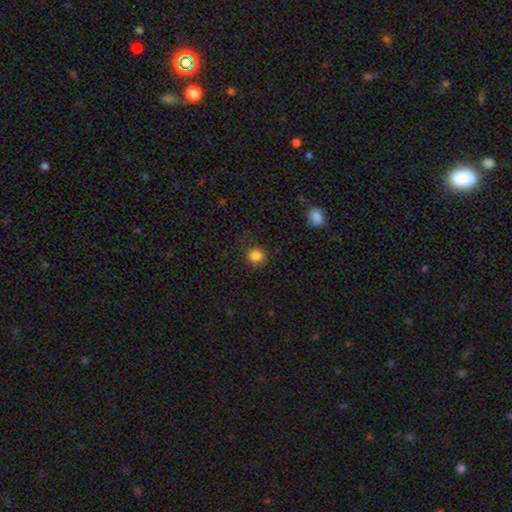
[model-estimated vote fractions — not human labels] Smooth or featured? Predicted: smooth (p=0.84). How rounded? Predicted: round (p=0.88). Merging? Predicted: none (p=0.83).